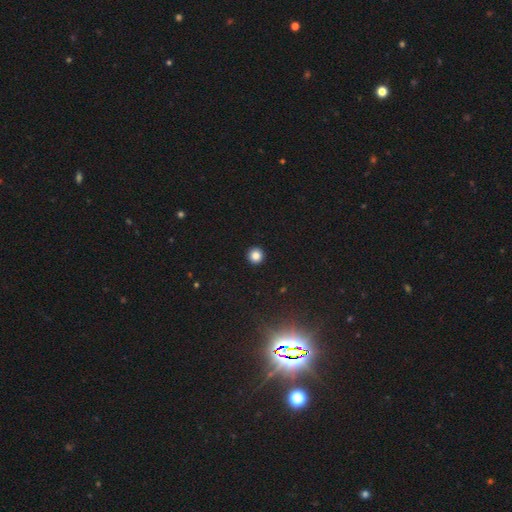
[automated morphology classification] The model was most divided on "smooth or featured": smooth: 84%, star or artifact: 12%, featured or disk: 4%. More confident: how rounded — round (95%); merging — none (94%).